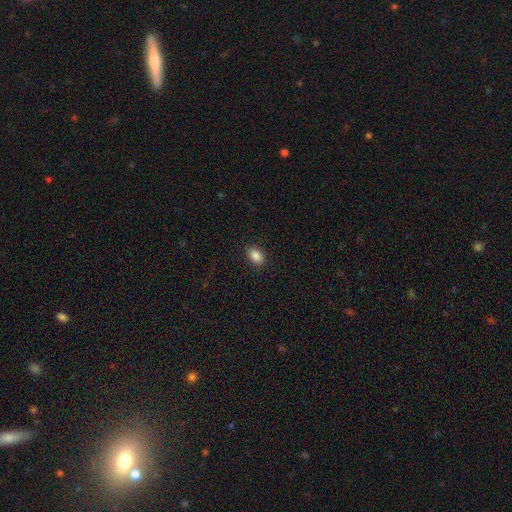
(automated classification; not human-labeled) This is clearly a smooth galaxy (87%). How rounded: clearly in between (81%). Merging: clearly none (90%).